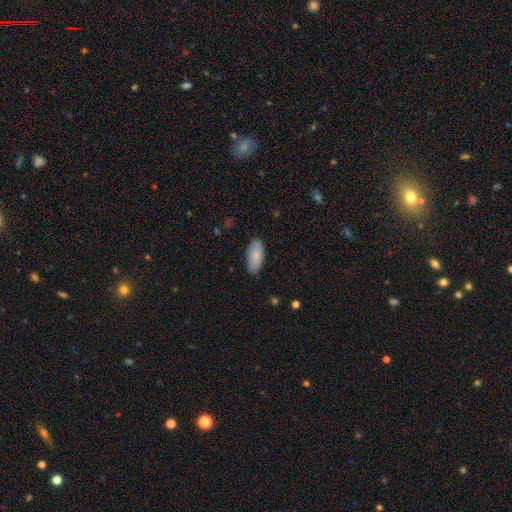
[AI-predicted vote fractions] Q: Smooth or featured?
A: smooth (84%); runner-up: featured or disk (11%)
Q: How rounded?
A: in between (89%); runner-up: cigar-shaped (9%)
Q: Merging?
A: none (86%); runner-up: minor disturbance (11%)